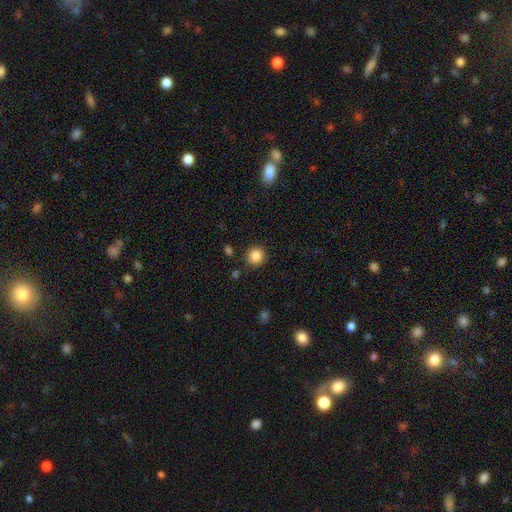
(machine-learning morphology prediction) Overall: smooth (86%). How rounded: round (89%). Merging: none (87%).